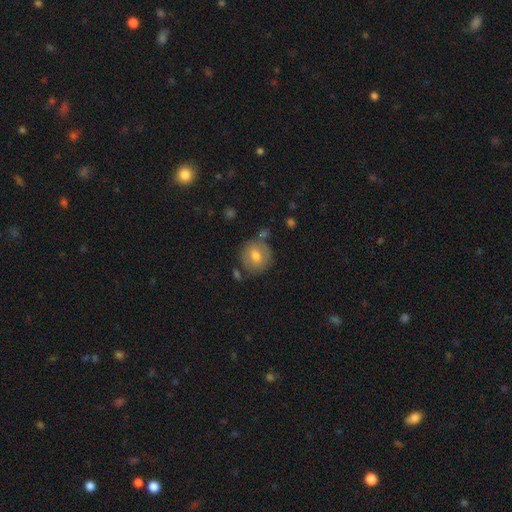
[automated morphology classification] This is likely a smooth galaxy (68%). How rounded: clearly round (86%). Merging: likely none (70%).